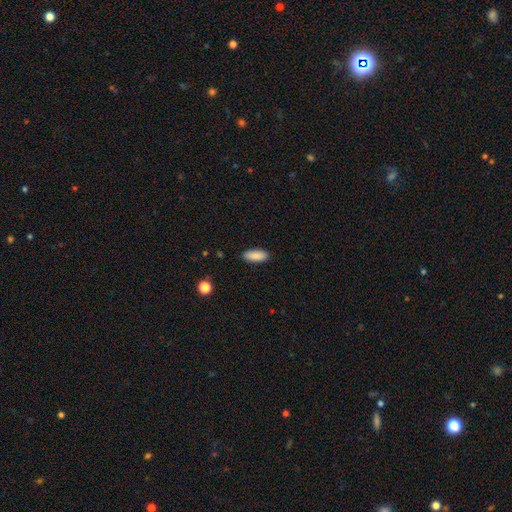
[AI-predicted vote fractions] This appears to be a smooth galaxy with no disk features (89%) that is in between round and cigar-shaped (78%). Merging: none (89%).